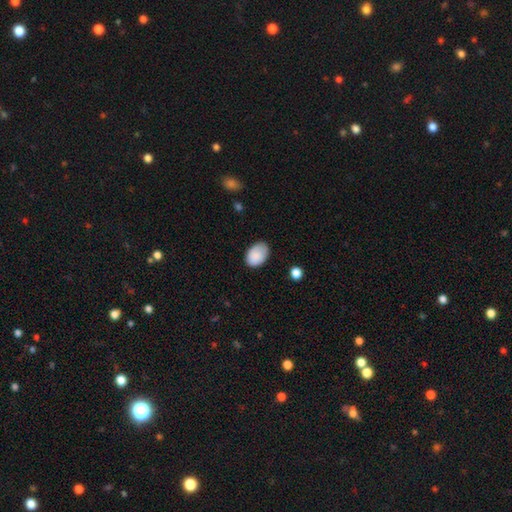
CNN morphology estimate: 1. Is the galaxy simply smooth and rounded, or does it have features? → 88% smooth, 7% star or artifact, 5% featured or disk.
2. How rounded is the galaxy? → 84% in between, 15% round, 1% cigar-shaped.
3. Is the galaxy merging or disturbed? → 74% none, 21% minor disturbance, 4% major disturbance, 1% merger.